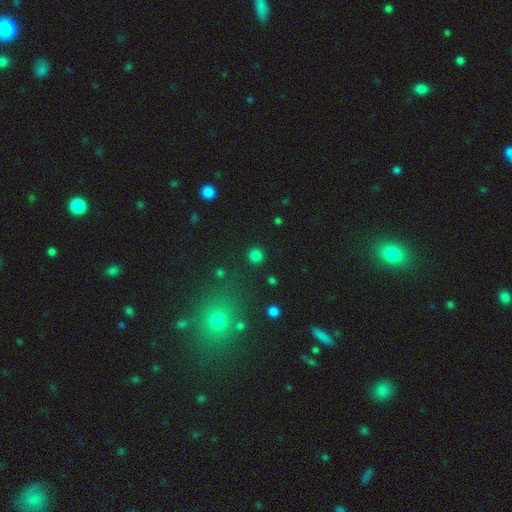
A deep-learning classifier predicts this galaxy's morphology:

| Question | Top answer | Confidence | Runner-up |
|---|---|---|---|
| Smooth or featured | smooth | 81% | star or artifact (15%) |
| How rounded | round | 94% | in between (5%) |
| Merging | none | 90% | minor disturbance (5%) |